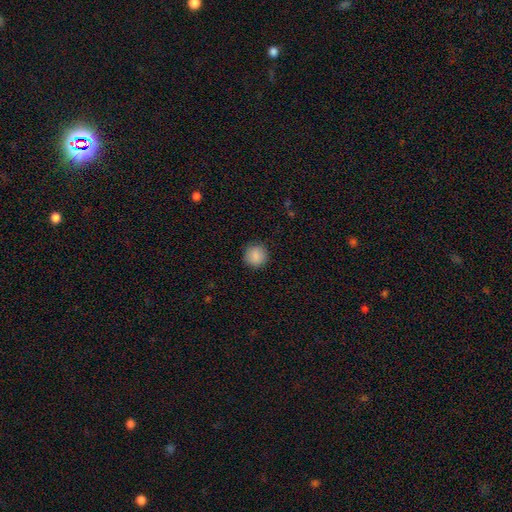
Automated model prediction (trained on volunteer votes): This is clearly a smooth galaxy (89%). How rounded: clearly round (94%). Merging: clearly none (91%).